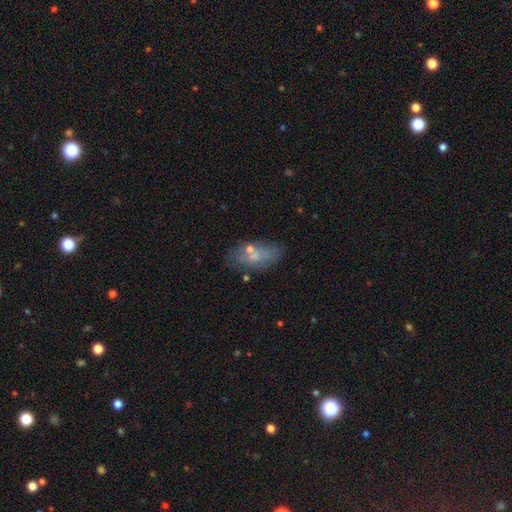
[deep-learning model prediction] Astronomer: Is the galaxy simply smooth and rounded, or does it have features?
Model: smooth — 56% (runner-up: featured or disk, 33%).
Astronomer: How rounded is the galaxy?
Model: in between — 88%.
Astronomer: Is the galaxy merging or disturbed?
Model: none — 59%.